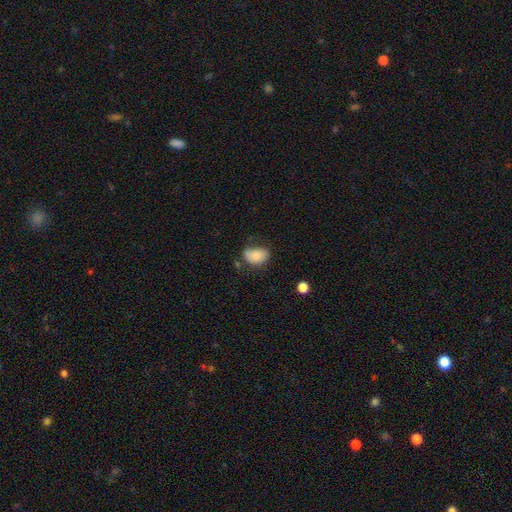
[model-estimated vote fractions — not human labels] A smooth galaxy with no disk features (78%) that is in between round and cigar-shaped (83%). Merging: none (55%).